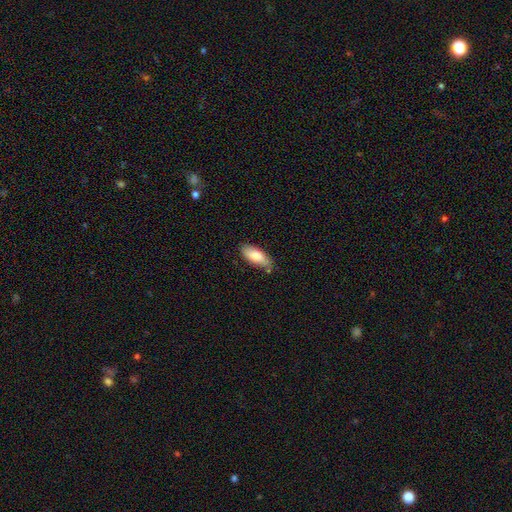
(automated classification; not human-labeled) This appears to be a smooth galaxy with no disk features (83%) that is in between round and cigar-shaped (80%). Merging: none (71%).